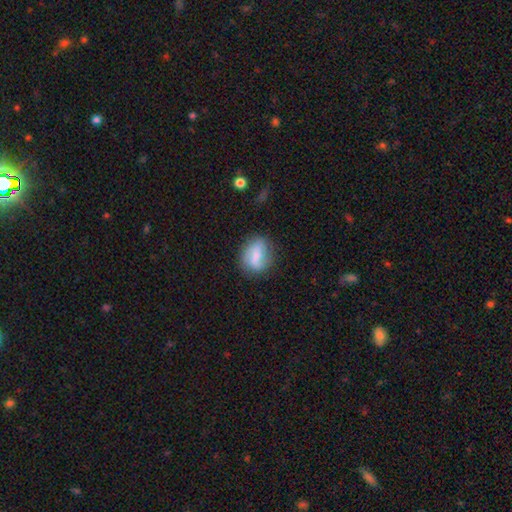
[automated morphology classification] This is possibly a smooth galaxy (53%). How rounded: possibly in between (53%). Merging: likely none (68%).